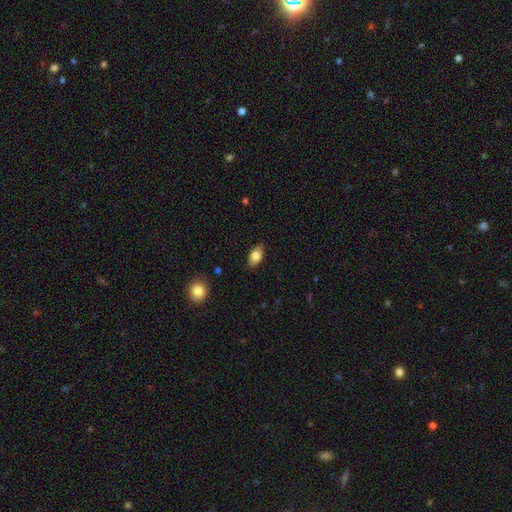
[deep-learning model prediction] Morphology: type=smooth (81%); roundness=in between (90%); merging=none (85%).